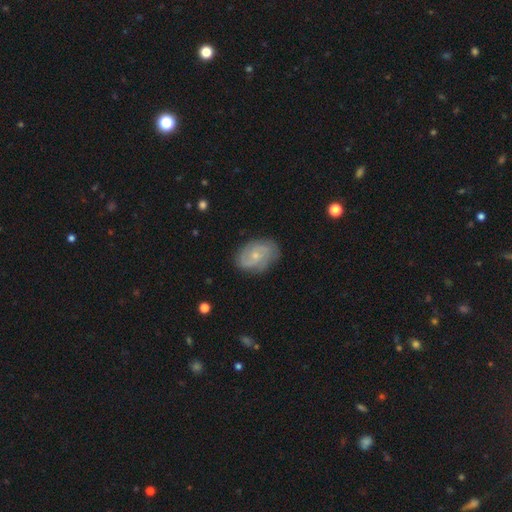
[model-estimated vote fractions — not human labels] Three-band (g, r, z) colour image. It shows a featured or disk galaxy (72%) with no bar (68%), 2 (55%) medium (44%) spiral arms (92%) and a small central bulge (71%). Merging: none (77%).